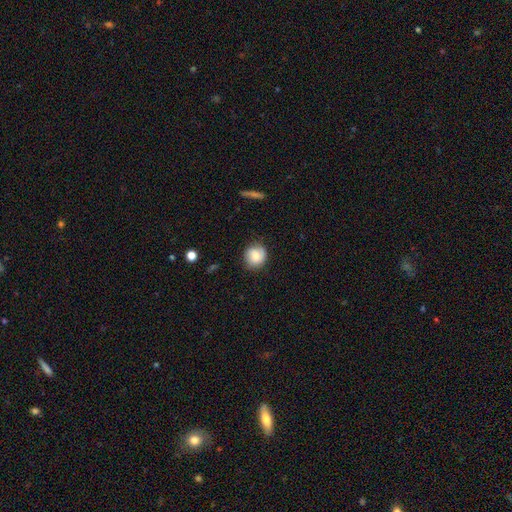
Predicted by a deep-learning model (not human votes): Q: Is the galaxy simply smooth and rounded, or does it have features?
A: smooth — 71%.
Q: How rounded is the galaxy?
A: round — 84%.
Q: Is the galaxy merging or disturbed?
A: none — 74%.